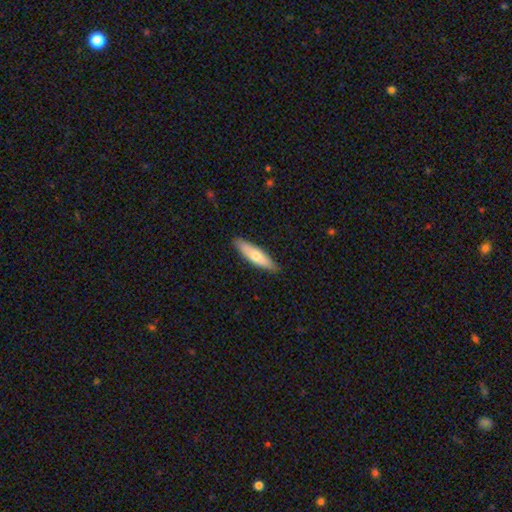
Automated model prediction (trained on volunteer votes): A smooth galaxy with no disk features (65%) that is cigar-shaped (63%). Merging: none (86%).